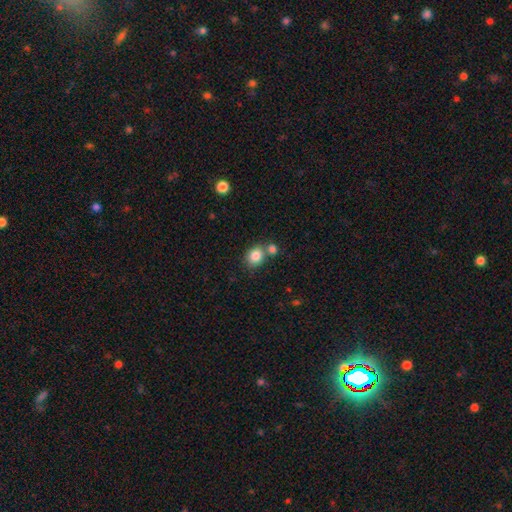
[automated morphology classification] A smooth galaxy with no disk features (84%) that is round (63%). Merging: none (57%).